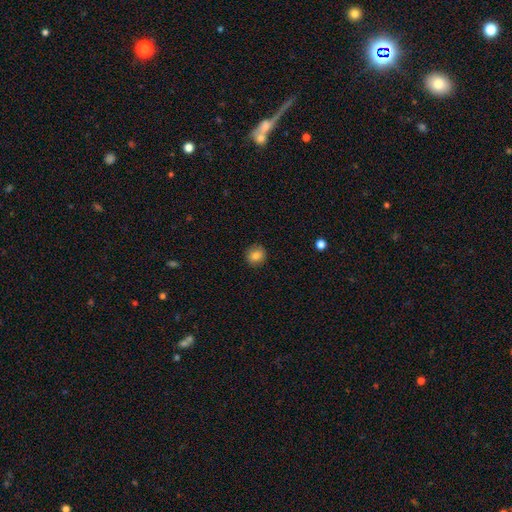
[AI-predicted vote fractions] Q: Smooth or featured?
A: smooth (82%); runner-up: star or artifact (10%)
Q: How rounded?
A: round (88%); runner-up: in between (11%)
Q: Merging?
A: none (90%); runner-up: minor disturbance (8%)